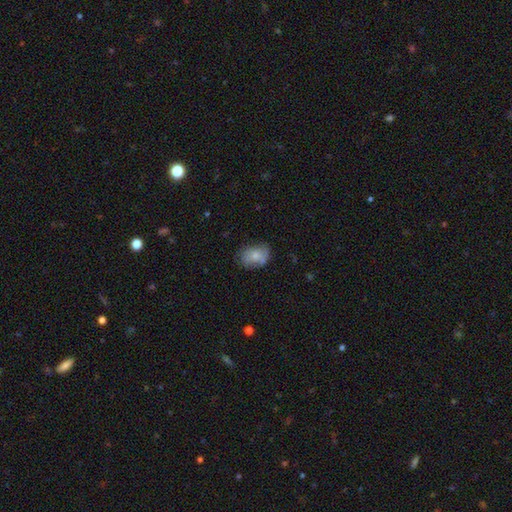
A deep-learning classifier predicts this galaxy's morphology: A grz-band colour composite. It shows a smooth galaxy with no disk features (70%) that is in between round and cigar-shaped (77%). Merging: none (58%).